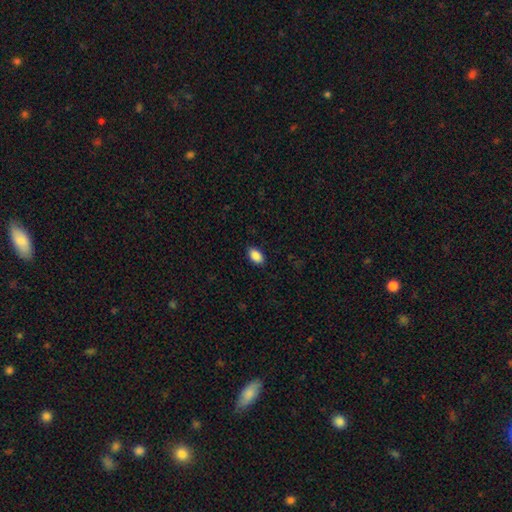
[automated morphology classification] smooth-or-featured: smooth: 89% | star or artifact: 7% | featured or disk: 3%
  how-rounded: in between: 93% | round: 6% | cigar-shaped: 2%
  merging: none: 88% | minor disturbance: 9% | major disturbance: 2% | merger: 1%